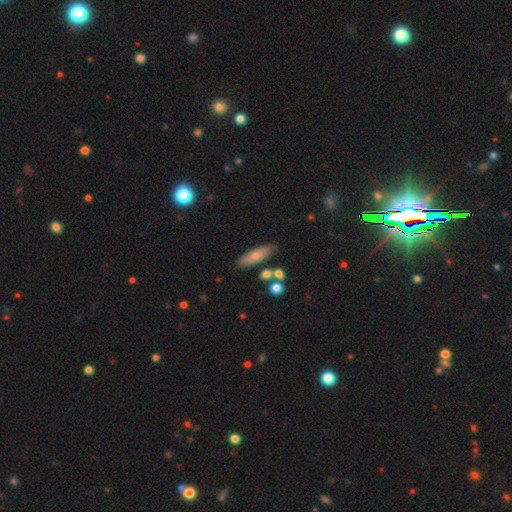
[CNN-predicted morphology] Q: Smooth or featured?
A: smooth (73%); runner-up: featured or disk (20%)
Q: How rounded?
A: in between (51%); runner-up: cigar-shaped (47%)
Q: Merging?
A: none (77%); runner-up: minor disturbance (13%)